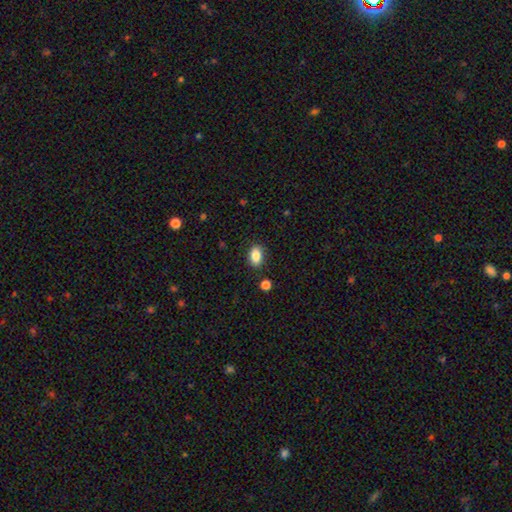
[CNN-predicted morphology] Smooth or featured? smooth (86%)
How rounded? in between (85%)
Merging? none (86%)